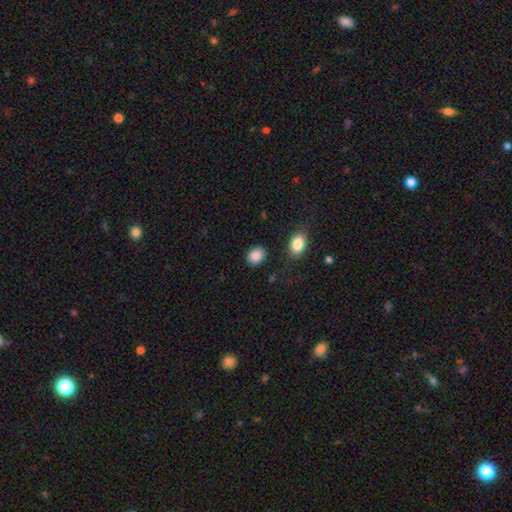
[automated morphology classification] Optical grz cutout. It shows a smooth galaxy with no disk features (88%) that is in between round and cigar-shaped (52%). Merging: none (85%).